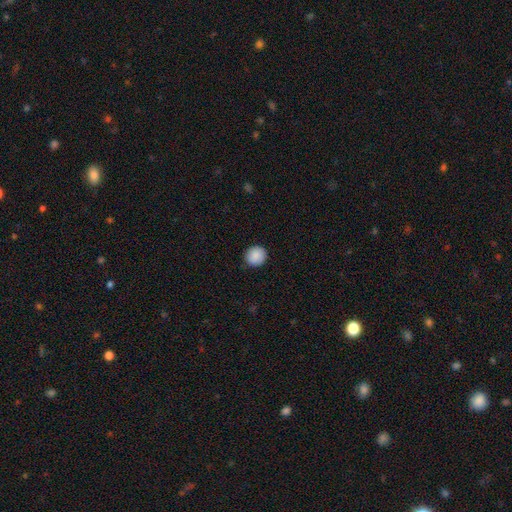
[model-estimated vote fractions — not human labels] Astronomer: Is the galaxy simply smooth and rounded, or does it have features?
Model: smooth — 89%.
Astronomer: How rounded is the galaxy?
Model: round — 90%.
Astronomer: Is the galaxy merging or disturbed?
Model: none — 91%.